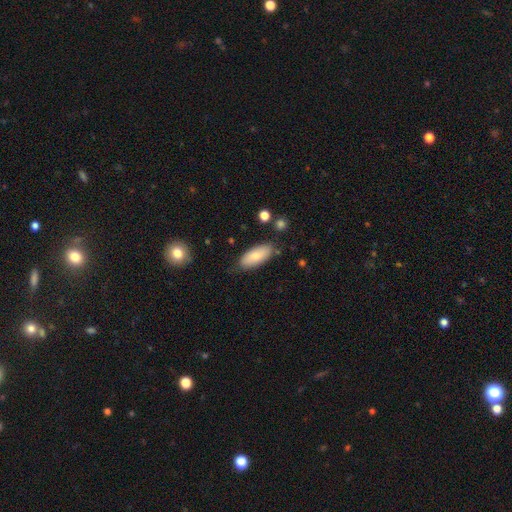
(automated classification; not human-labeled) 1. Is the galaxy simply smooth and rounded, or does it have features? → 81% smooth, 13% featured or disk, 6% star or artifact.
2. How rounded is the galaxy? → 86% in between, 13% cigar-shaped, 2% round.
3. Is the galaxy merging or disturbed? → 79% none, 15% minor disturbance, 3% major disturbance, 3% merger.